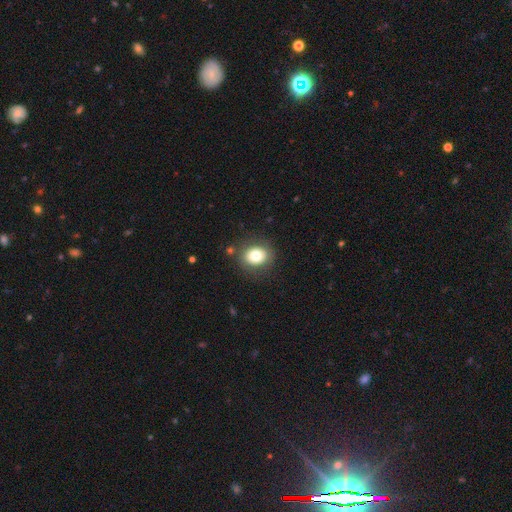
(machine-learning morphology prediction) Smooth or featured? smooth (76%)
How rounded? round (62%)
Merging? none (84%)